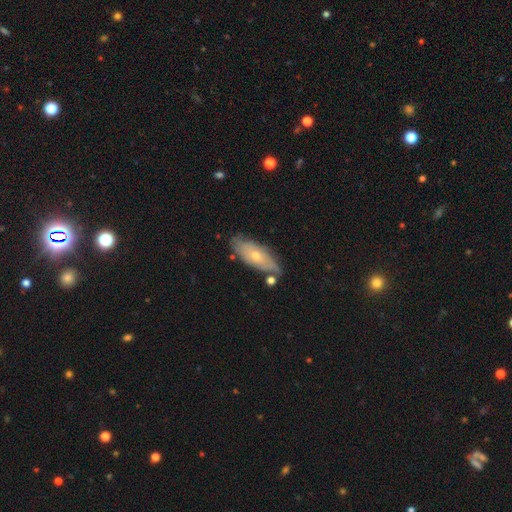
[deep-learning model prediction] A featured or disk galaxy (48%).

Vote fractions:
- Smooth or featured? featured or disk: 48% / smooth: 46% / star or artifact: 7%
- Merging? none: 69% / minor disturbance: 21% / merger: 6% / major disturbance: 5%